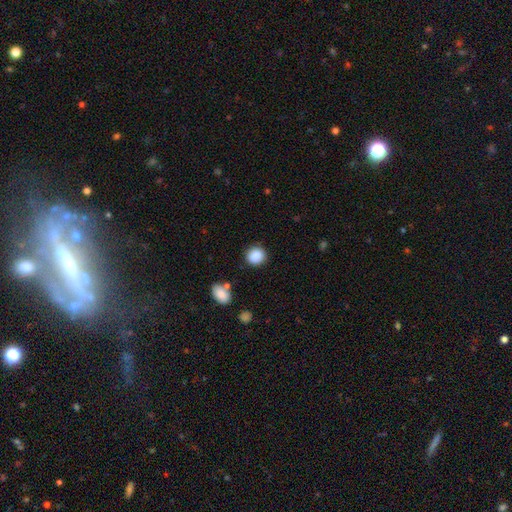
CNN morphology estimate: This appears to be a smooth galaxy with no disk features (88%) that is round (87%). Merging: none (87%).